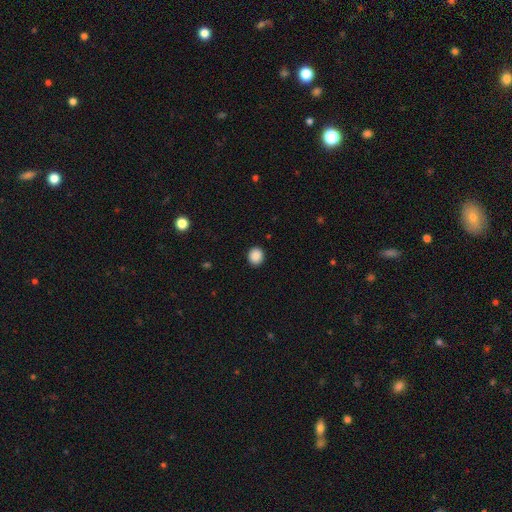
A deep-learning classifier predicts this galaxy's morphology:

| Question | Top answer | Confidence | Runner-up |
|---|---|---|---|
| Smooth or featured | smooth | 89% | star or artifact (9%) |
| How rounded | round | 84% | in between (15%) |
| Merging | none | 91% | minor disturbance (6%) |